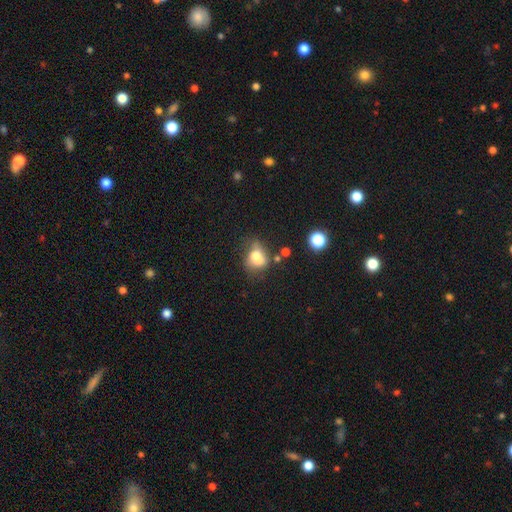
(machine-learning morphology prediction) Smooth or featured?
  - smooth: 70% *
  - featured or disk: 18%
  - star or artifact: 12%
How rounded?
  - in between: 63% *
  - round: 34%
  - cigar-shaped: 3%
Merging?
  - none: 38% *
  - minor disturbance: 29%
  - major disturbance: 17%
  - merger: 15%